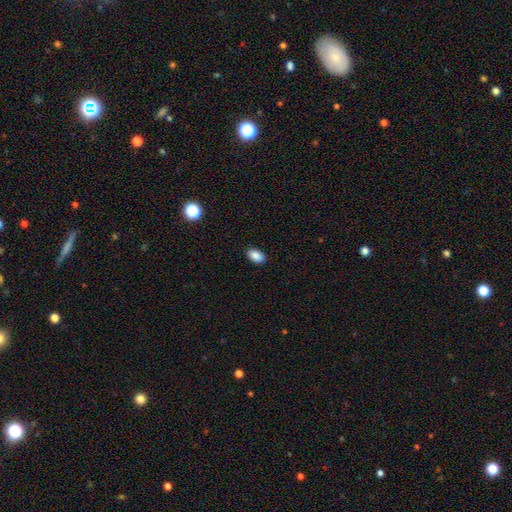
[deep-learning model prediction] The model was most divided on "smooth or featured": smooth: 87%, star or artifact: 9%, featured or disk: 4%. More confident: how rounded — in between (90%); merging — none (88%).